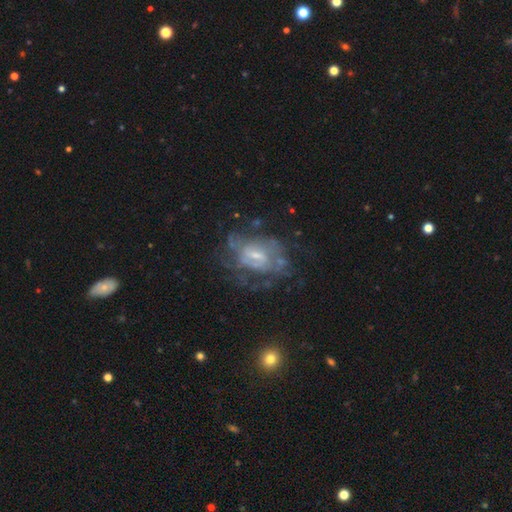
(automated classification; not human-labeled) Smooth or featured? featured or disk (74%)
Edge-on disk? no (96%)
Bar? weak (53%)
Spiral arms? yes (67%)
Bulge size? small (53%)
Merging? none (50%)